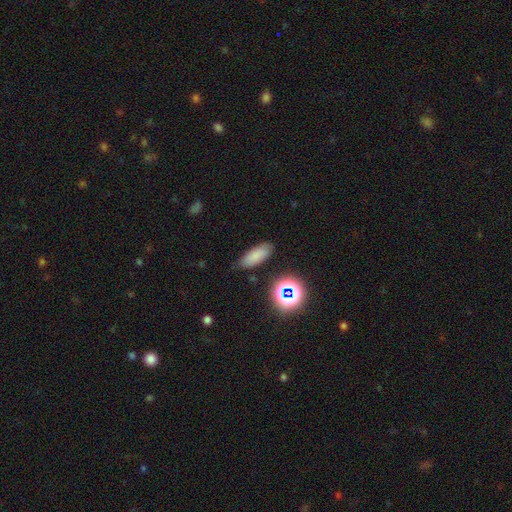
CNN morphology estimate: Smooth or featured?
  - smooth: 76% *
  - star or artifact: 15%
  - featured or disk: 9%
How rounded?
  - in between: 73% *
  - cigar-shaped: 22%
  - round: 5%
Merging?
  - none: 81% *
  - minor disturbance: 13%
  - major disturbance: 3%
  - merger: 3%